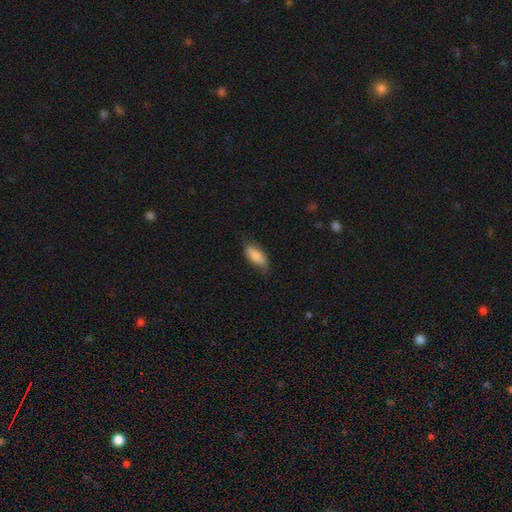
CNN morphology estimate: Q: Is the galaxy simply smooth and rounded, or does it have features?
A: smooth — 82%.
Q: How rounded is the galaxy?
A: in between — 84%.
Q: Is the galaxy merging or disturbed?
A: none — 66%.